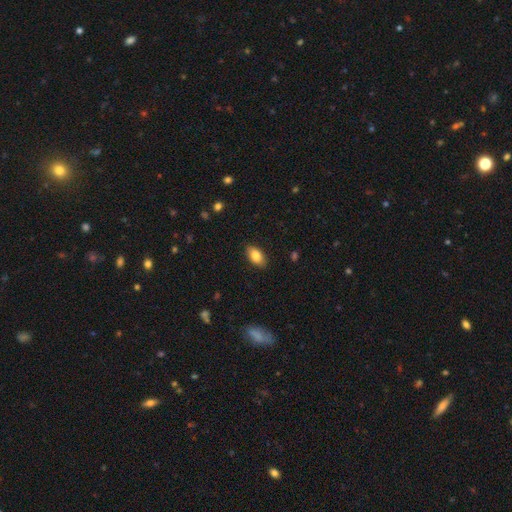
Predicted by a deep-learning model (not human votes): A smooth galaxy with no disk features (86%) that is in between round and cigar-shaped (92%). Merging: none (86%).